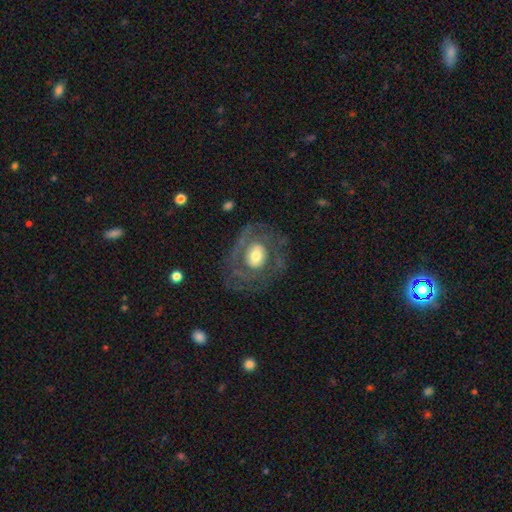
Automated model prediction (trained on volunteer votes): A featured or disk galaxy (68%) with no bar (60%), spiral arms (63%) and a moderate central bulge (54%). Merging: none (65%).